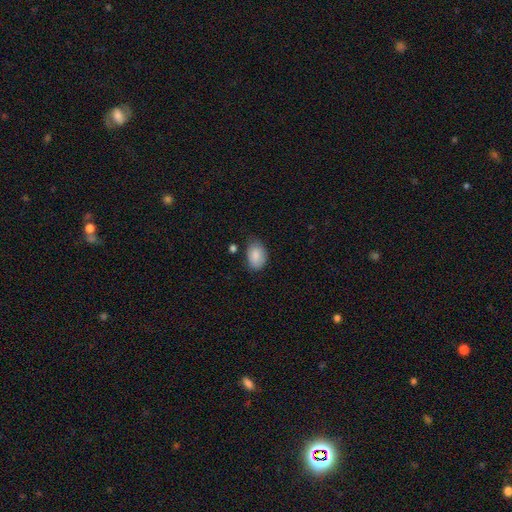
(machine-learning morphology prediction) Overall: smooth (87%). How rounded: in between (85%). Merging: none (67%).